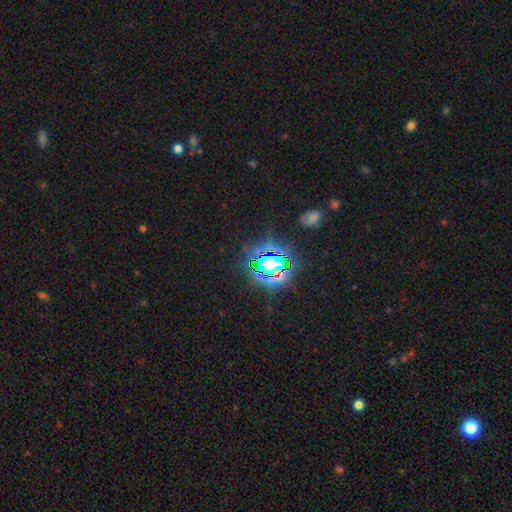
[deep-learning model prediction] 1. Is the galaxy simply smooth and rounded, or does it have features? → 82% star or artifact, 11% smooth, 6% featured or disk.